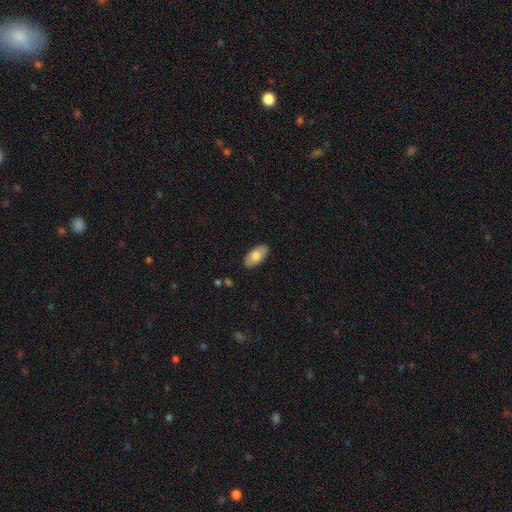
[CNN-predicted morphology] type=smooth (75%); roundness=in between (94%); merging=none (87%).